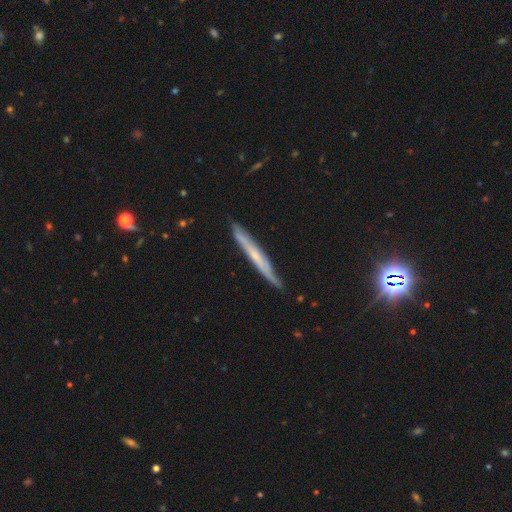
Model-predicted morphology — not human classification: A featured or disk galaxy (58%) viewed edge-on (91%) with no central bulge (65%).

Vote fractions:
- Smooth or featured? featured or disk: 58% / smooth: 34% / star or artifact: 8%
- Edge-on disk? yes: 91% / no: 9%
- Edge-on bulge? none: 65% / rounded: 29% / boxy: 6%
- Merging? none: 82% / minor disturbance: 15% / major disturbance: 2% / merger: 2%